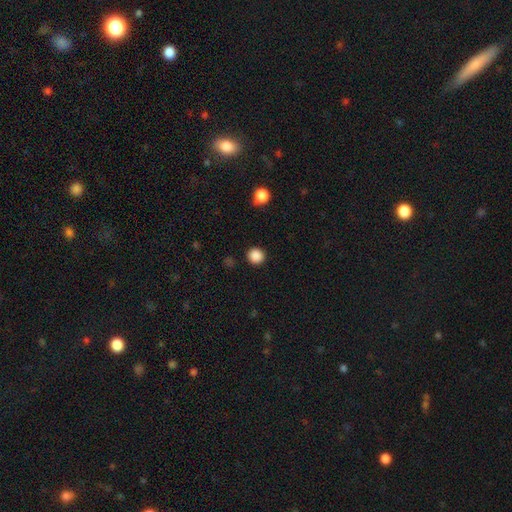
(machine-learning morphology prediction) Smooth or featured: smooth — 87% (star or artifact — 10%)
How rounded: round — 94% (in between — 5%)
Merging: none — 91% (minor disturbance — 5%)